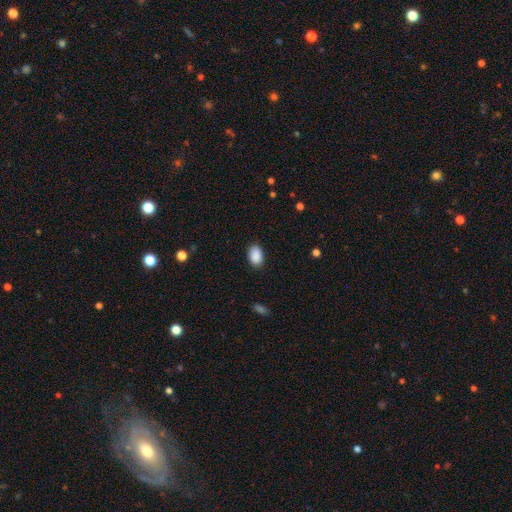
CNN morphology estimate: type=smooth (90%); roundness=in between (88%); merging=none (87%).